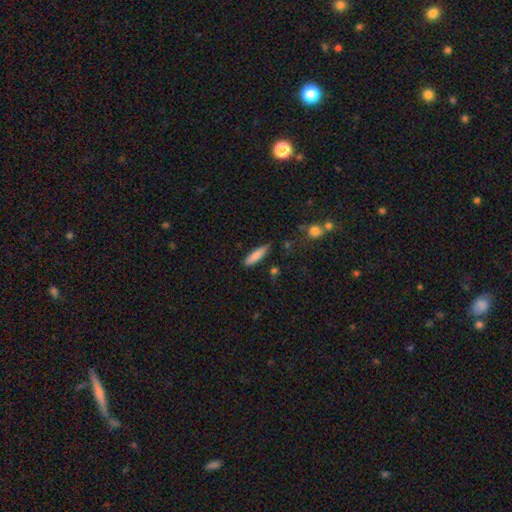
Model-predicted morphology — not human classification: A smooth galaxy with no disk features (81%) that is cigar-shaped (67%). Merging: none (78%).